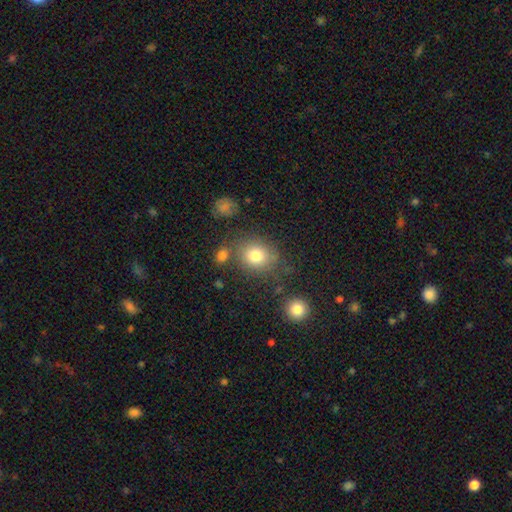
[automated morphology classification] A smooth galaxy with no disk features (80%) that is round (69%). Merging: none (70%).